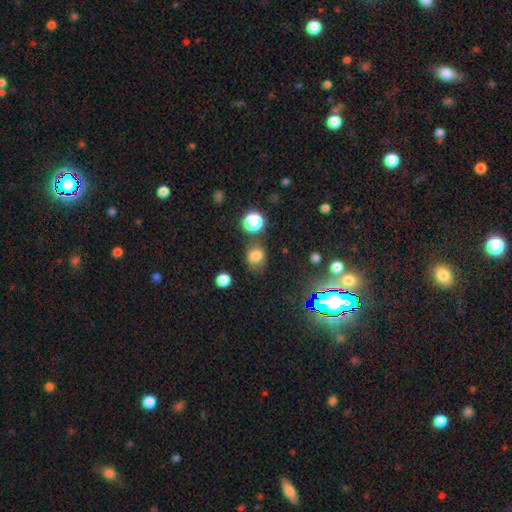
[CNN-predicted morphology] Q: Smooth or featured?
A: smooth (76%); runner-up: star or artifact (17%)
Q: How rounded?
A: round (65%); runner-up: in between (33%)
Q: Merging?
A: none (70%); runner-up: minor disturbance (18%)